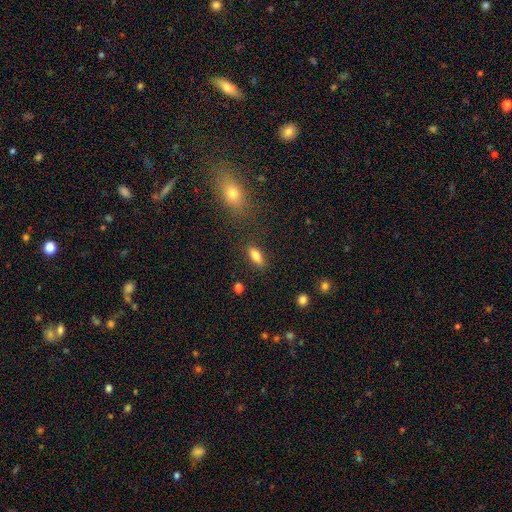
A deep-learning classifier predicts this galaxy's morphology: Overall: smooth (82%). How rounded: in between (77%). Merging: none (85%).